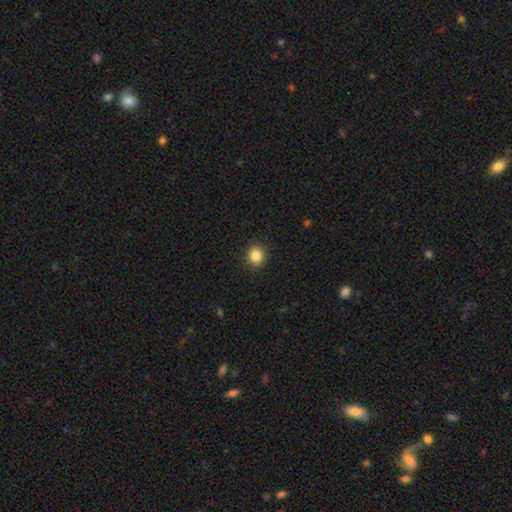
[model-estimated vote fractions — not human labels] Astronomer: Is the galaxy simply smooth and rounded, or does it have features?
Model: smooth — 86%.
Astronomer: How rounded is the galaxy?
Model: round — 79%.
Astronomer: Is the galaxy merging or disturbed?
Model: none — 90%.